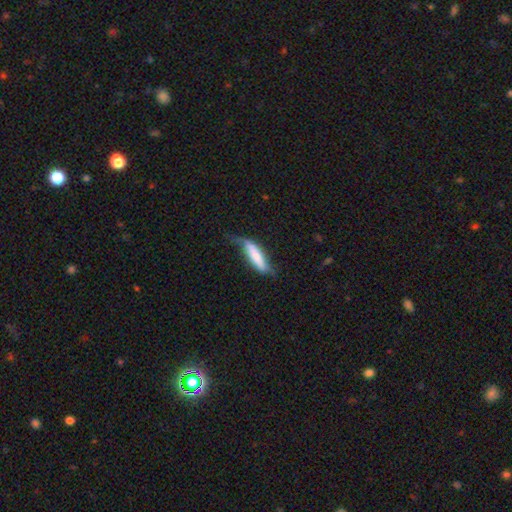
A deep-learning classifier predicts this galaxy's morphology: This appears to be a smooth galaxy with no disk features (63%) that is cigar-shaped (68%). Merging: minor disturbance (38%).